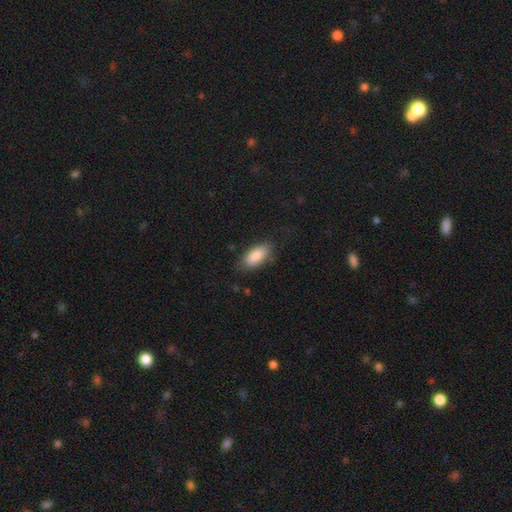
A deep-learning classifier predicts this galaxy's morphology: A smooth galaxy with no disk features (86%) that is in between round and cigar-shaped (88%). Merging: none (77%).